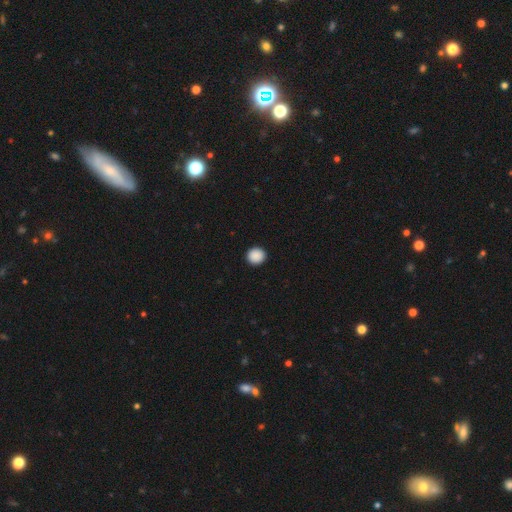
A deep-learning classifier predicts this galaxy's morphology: smooth-or-featured: smooth: 90% | star or artifact: 8% | featured or disk: 2%
  how-rounded: round: 91% | in between: 8% | cigar-shaped: 1%
  merging: none: 93% | minor disturbance: 4% | major disturbance: 1% | merger: 1%